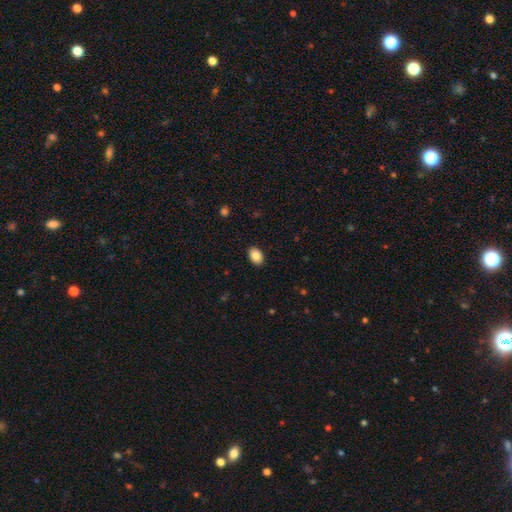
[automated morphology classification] smooth_or_featured: smooth (p=0.87) [alt: star or artifact p=0.08]
how_rounded: in between (p=0.80) [alt: round p=0.19]
merging: none (p=0.90) [alt: minor disturbance p=0.07]